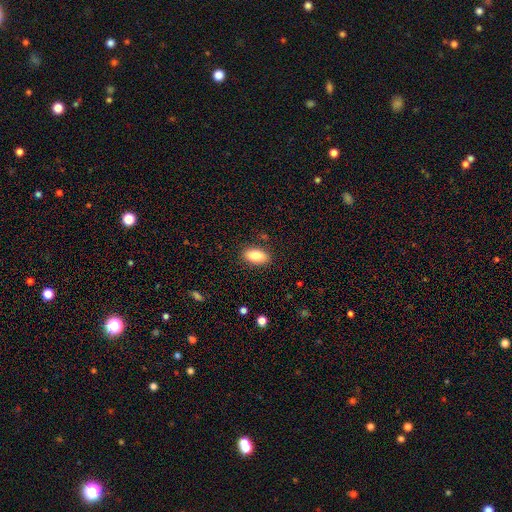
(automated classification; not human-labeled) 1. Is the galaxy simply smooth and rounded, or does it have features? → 86% smooth, 7% star or artifact, 7% featured or disk.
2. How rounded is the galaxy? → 91% in between, 5% cigar-shaped, 4% round.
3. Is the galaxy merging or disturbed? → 87% none, 9% minor disturbance, 3% major disturbance, 1% merger.